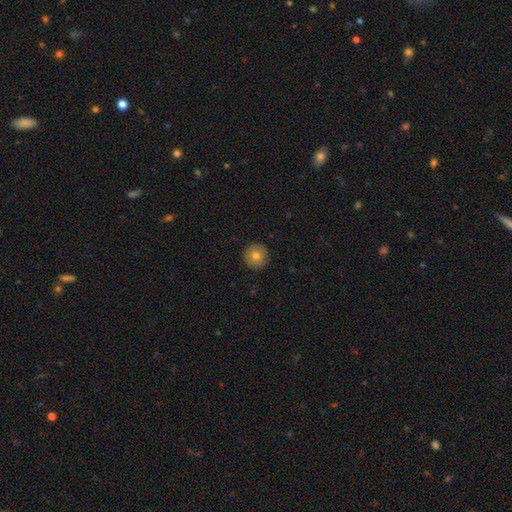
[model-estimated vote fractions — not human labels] smooth 78%, featured or disk 13%, star or artifact 9%. Down the decision tree: how rounded — round (96%); merging — none (92%).